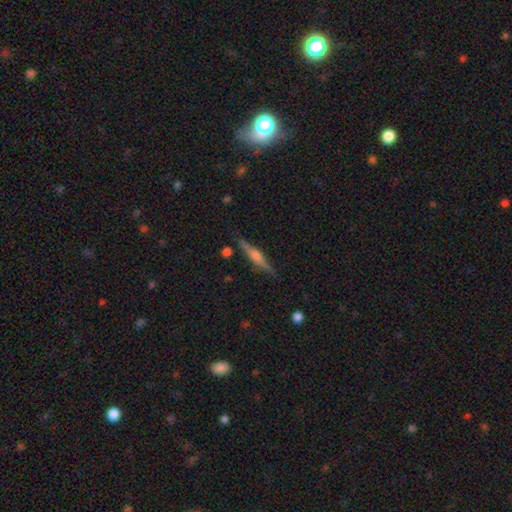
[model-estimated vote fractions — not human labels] featured or disk 73%, smooth 20%, star or artifact 7%. Down the decision tree: edge-on disk — yes (98%); edge-on bulge — rounded (83%); merging — none (89%).